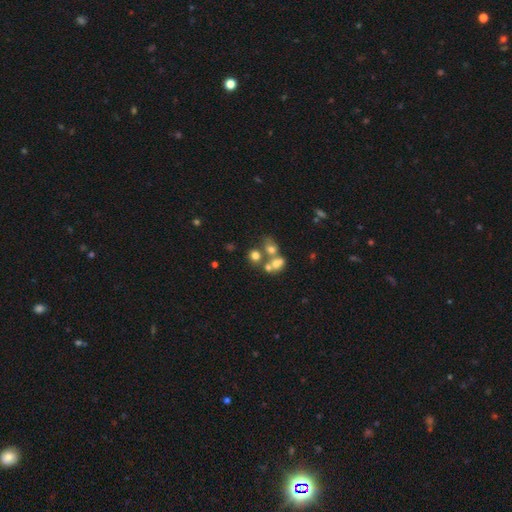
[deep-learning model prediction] Overall: smooth (64%). How rounded: round (71%). Merging: merger (42%; none 41%).